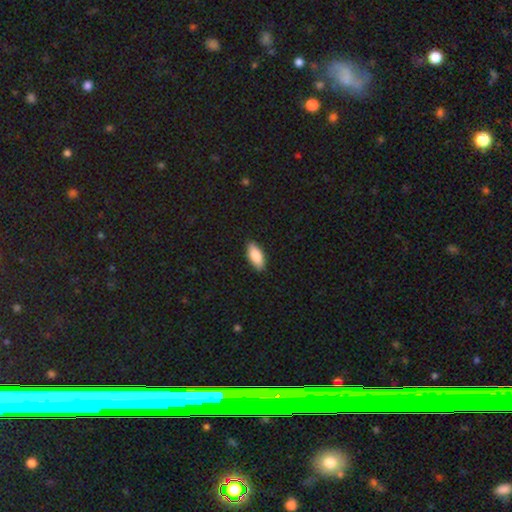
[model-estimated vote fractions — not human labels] Smooth or featured? smooth (86%)
How rounded? in between (85%)
Merging? none (89%)